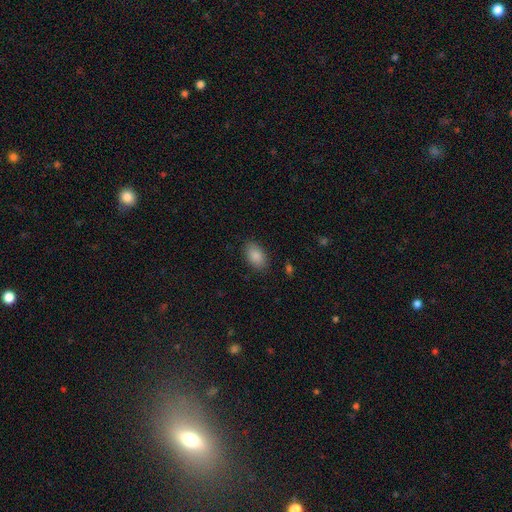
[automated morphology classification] smooth 87%, star or artifact 7%, featured or disk 5%. Down the decision tree: how rounded — in between (91%); merging — none (86%).